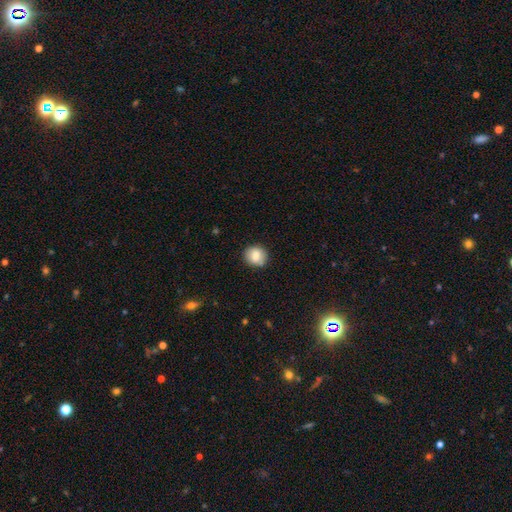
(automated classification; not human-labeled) This appears to be a smooth galaxy with no disk features (80%) that is round (81%). Merging: none (84%).